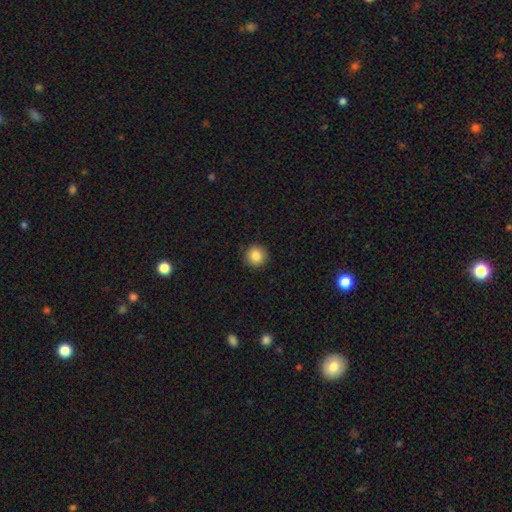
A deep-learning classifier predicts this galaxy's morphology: Smooth or featured: smooth — 86% (star or artifact — 9%)
How rounded: round — 95% (in between — 4%)
Merging: none — 92% (minor disturbance — 5%)